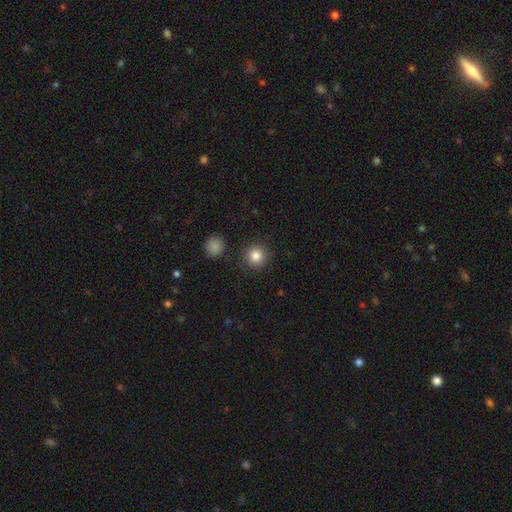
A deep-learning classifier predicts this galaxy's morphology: smooth 85%, star or artifact 10%, featured or disk 5%. Down the decision tree: how rounded — round (94%); merging — none (89%).